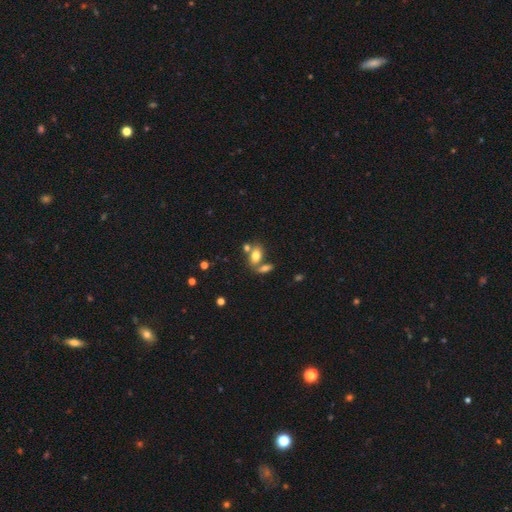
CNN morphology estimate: smooth-or-featured: smooth: 75% | featured or disk: 15% | star or artifact: 10%
  how-rounded: in between: 84% | round: 12% | cigar-shaped: 4%
  merging: none: 47% | merger: 38% | minor disturbance: 11% | major disturbance: 4%